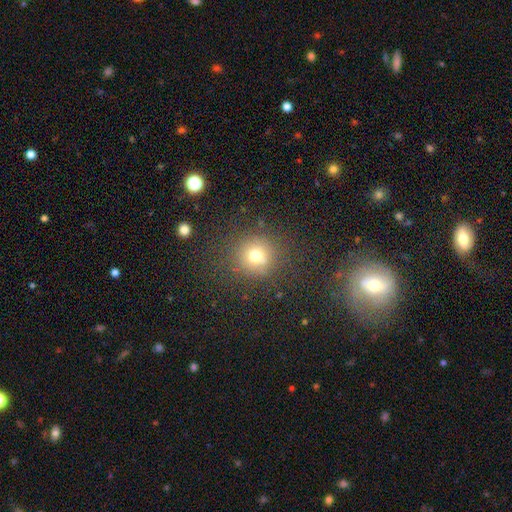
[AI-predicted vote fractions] Smooth or featured: smooth — 71% (star or artifact — 18%)
How rounded: round — 90% (in between — 9%)
Merging: none — 82% (minor disturbance — 10%)